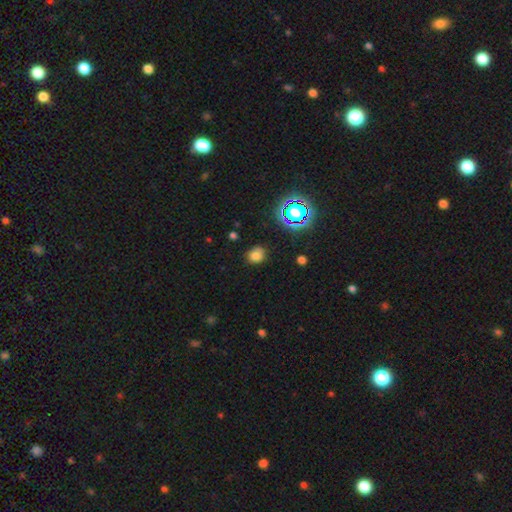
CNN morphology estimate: This appears to be a smooth galaxy with no disk features (73%) that is round (70%). Merging: none (75%).